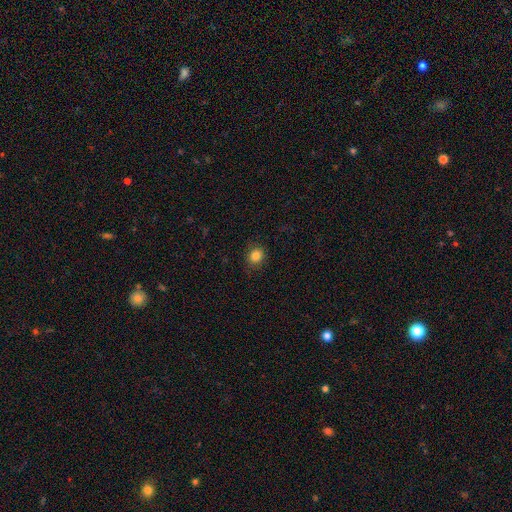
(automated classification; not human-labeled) Overall: smooth (83%). How rounded: round (77%). Merging: none (86%).